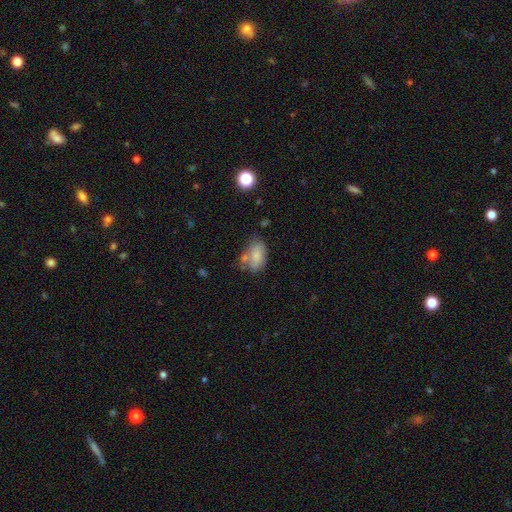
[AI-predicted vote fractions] Overall: smooth (73%). How rounded: in between (87%). Merging: none (44%; minor disturbance 27%).